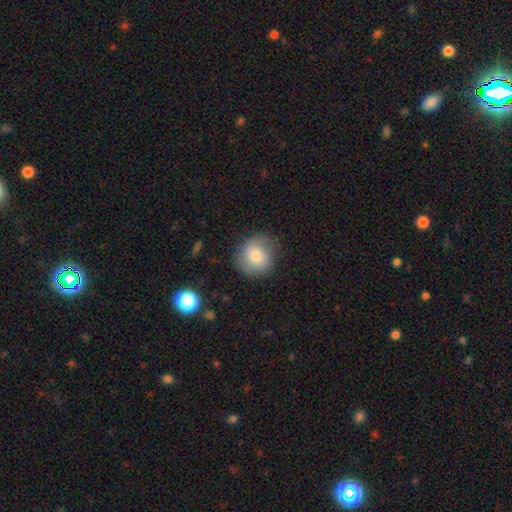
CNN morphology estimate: This is likely a smooth galaxy (73%). How rounded: clearly round (85%). Merging: likely none (74%).